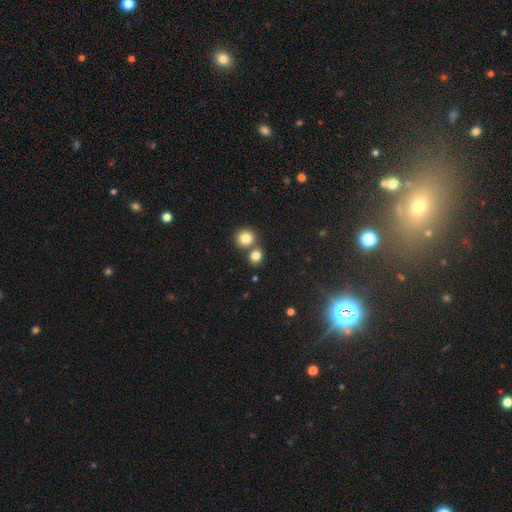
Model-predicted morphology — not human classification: Overall: smooth (81%). How rounded: round (76%). Merging: none (56%; merger 34%).